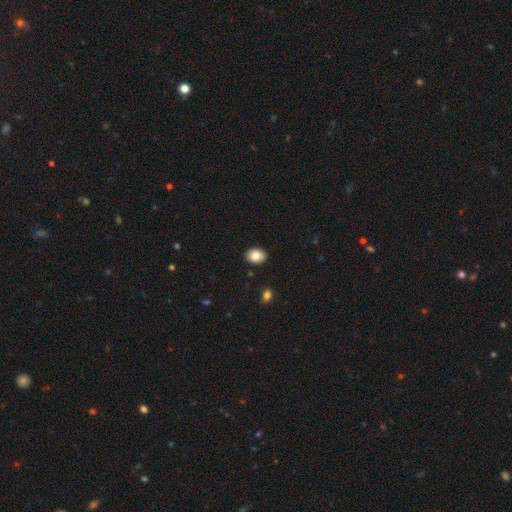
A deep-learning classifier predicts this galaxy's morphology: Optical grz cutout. It shows a smooth galaxy with no disk features (85%) that is in between round and cigar-shaped (73%). Merging: none (90%).